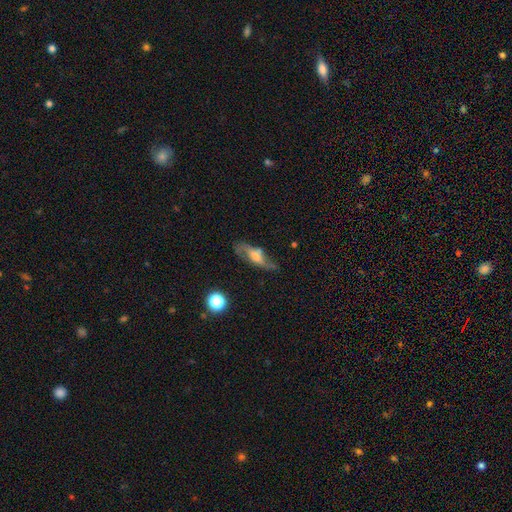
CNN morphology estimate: A featured or disk galaxy (63%).

Vote fractions:
- Smooth or featured? featured or disk: 63% / smooth: 28% / star or artifact: 9%
- Edge-on disk? no: 74% / yes: 26%
- Merging? none: 60% / minor disturbance: 23% / major disturbance: 13% / merger: 4%